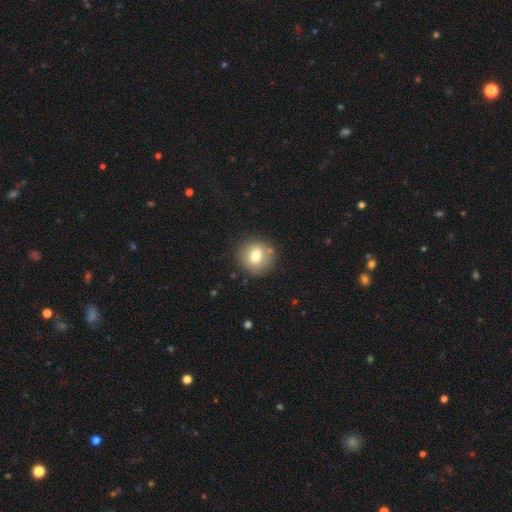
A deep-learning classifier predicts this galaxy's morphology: Smooth or featured: smooth — 74% (featured or disk — 17%)
How rounded: round — 89% (in between — 10%)
Merging: none — 83% (minor disturbance — 11%)